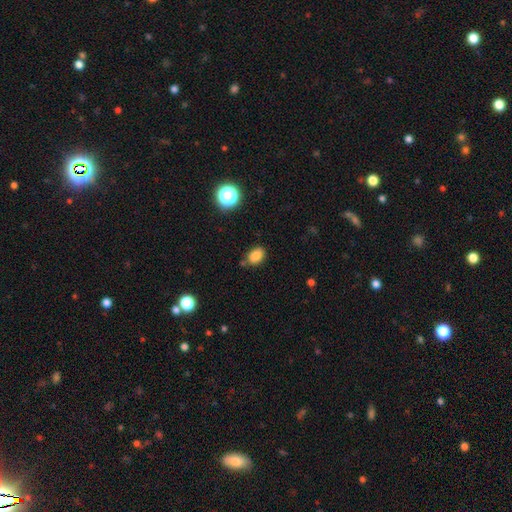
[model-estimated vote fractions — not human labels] The model was most divided on "how rounded": in between: 78%, round: 21%, cigar-shaped: 1%. More confident: smooth or featured — smooth (83%); merging — none (76%).